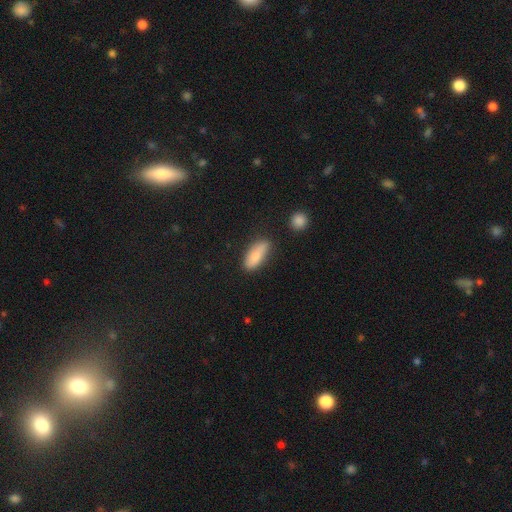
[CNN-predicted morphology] smooth-or-featured: smooth: 81% | featured or disk: 13% | star or artifact: 6%
  how-rounded: in between: 73% | cigar-shaped: 24% | round: 3%
  merging: none: 74% | minor disturbance: 18% | merger: 4% | major disturbance: 4%